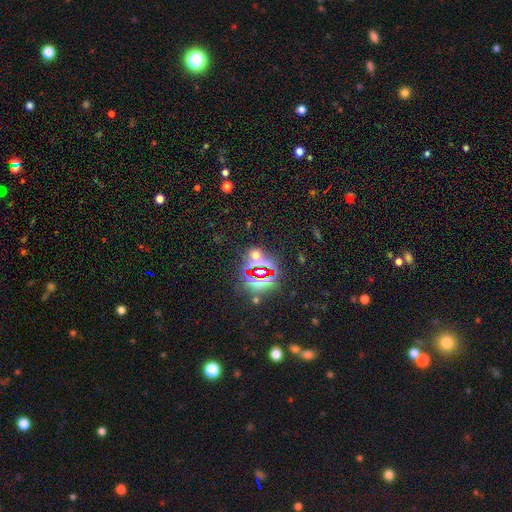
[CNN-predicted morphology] This is likely a star or artifact rather than a galaxy (66%).